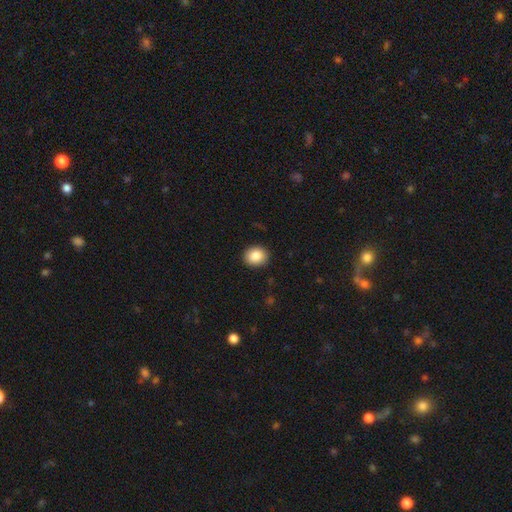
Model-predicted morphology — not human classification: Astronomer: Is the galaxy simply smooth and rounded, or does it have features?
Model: smooth — 87%.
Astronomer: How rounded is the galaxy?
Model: round — 68%.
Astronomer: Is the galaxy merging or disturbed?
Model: none — 91%.